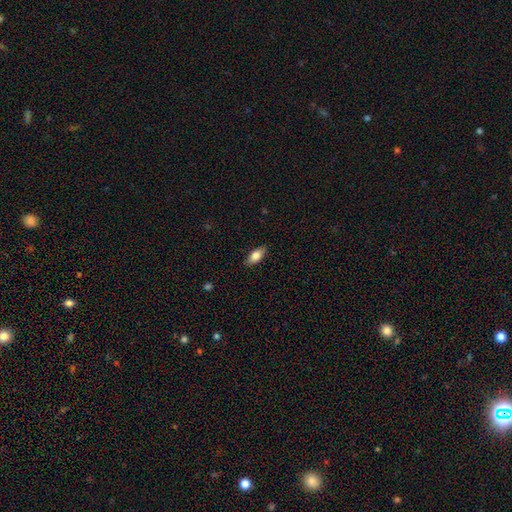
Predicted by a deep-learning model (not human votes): A smooth galaxy with no disk features (78%) that is in between round and cigar-shaped (86%).

Vote fractions:
- Smooth or featured? smooth: 78% / featured or disk: 16% / star or artifact: 7%
- How rounded? in between: 86% / cigar-shaped: 11% / round: 3%
- Merging? none: 86% / minor disturbance: 11% / major disturbance: 2% / merger: 1%